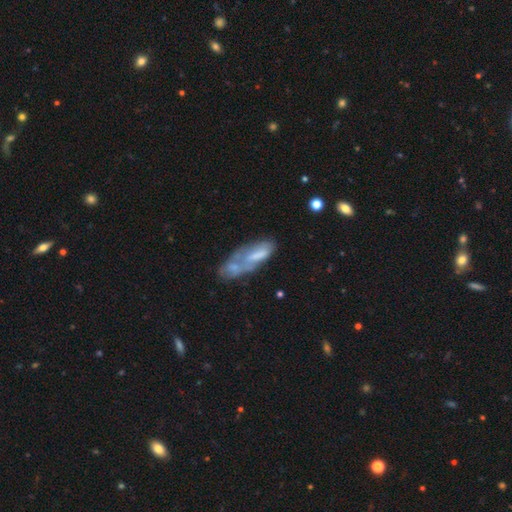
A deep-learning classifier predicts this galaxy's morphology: This is possibly a smooth galaxy (53%). How rounded: likely in between (62%). Merging: possibly merger (48%).